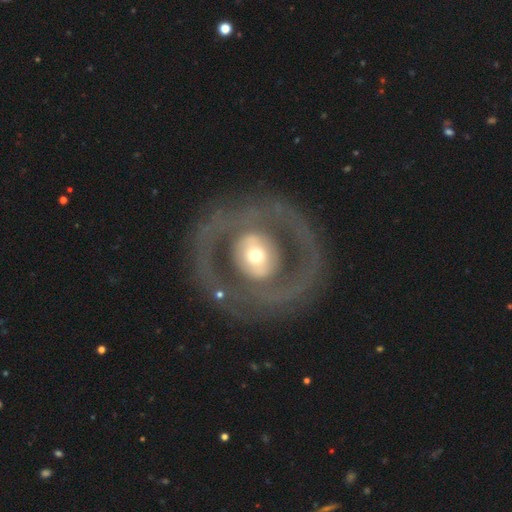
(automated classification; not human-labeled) A featured or disk galaxy (69%) with no bar (64%), no spiral arms (67%) and a moderate central bulge (55%). Merging: none (74%).